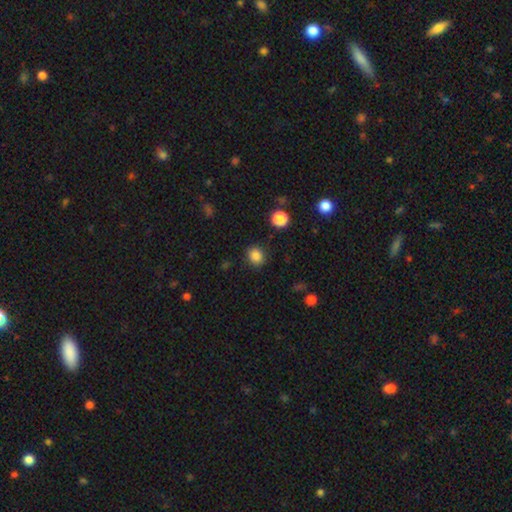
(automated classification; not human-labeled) smooth-or-featured: smooth: 85% | star or artifact: 11% | featured or disk: 4%
  how-rounded: round: 71% | in between: 28% | cigar-shaped: 1%
  merging: none: 87% | minor disturbance: 9% | major disturbance: 3% | merger: 2%